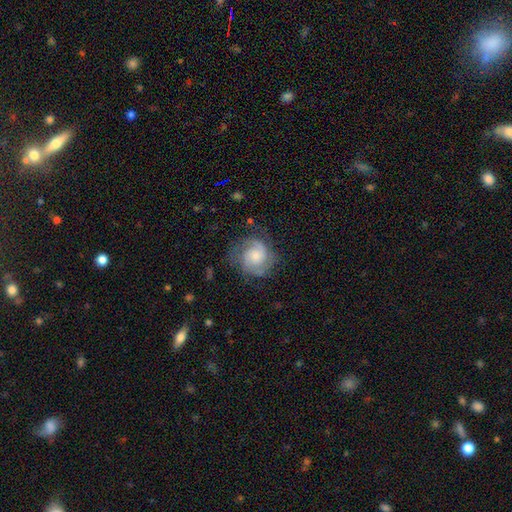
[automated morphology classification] type=featured or disk (71%); edge-on=no (98%); bar=no (70%); spiral arms=yes (93%); winding=tight (44%); arm count=2 (58%); bulge=small (39%); merging=none (67%).